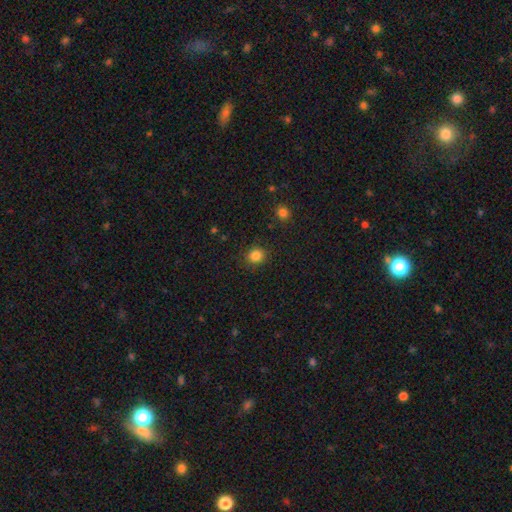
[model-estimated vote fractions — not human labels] smooth 84%, star or artifact 12%, featured or disk 4%. Down the decision tree: how rounded — round (83%); merging — none (89%).